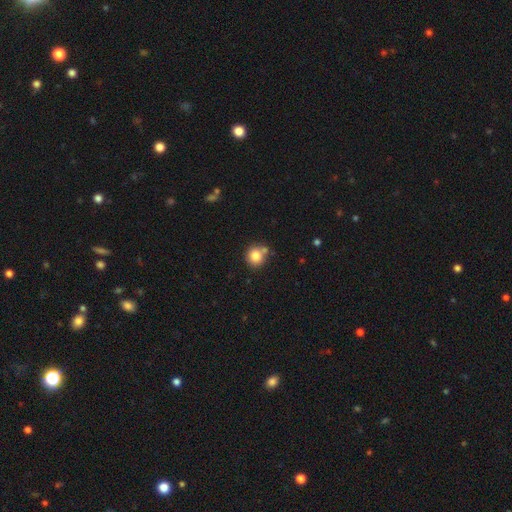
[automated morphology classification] Q: Smooth or featured?
A: smooth (82%); runner-up: star or artifact (10%)
Q: How rounded?
A: round (90%); runner-up: in between (9%)
Q: Merging?
A: none (68%); runner-up: merger (18%)